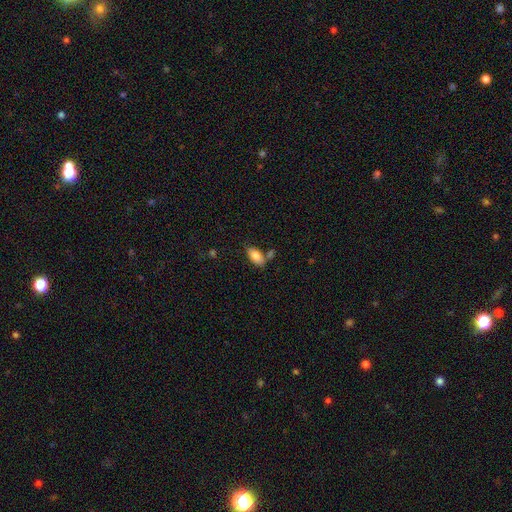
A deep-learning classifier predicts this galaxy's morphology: Smooth or featured? Predicted: smooth (p=0.83). How rounded? Predicted: in between (p=0.92). Merging? Predicted: none (p=0.65).